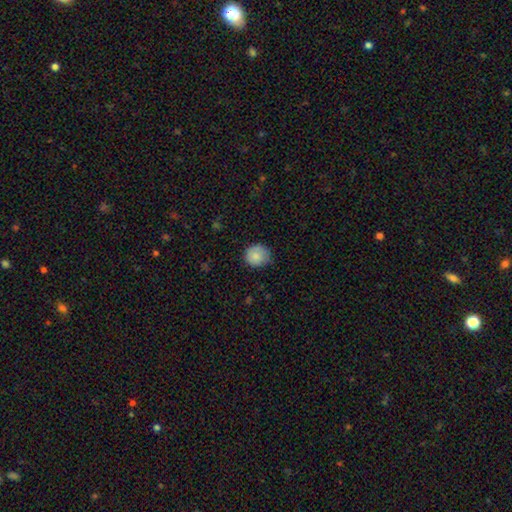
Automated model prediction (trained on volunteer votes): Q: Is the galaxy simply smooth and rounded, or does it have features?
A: smooth — 83%.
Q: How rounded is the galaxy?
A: round — 84%.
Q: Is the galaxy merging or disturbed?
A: none — 70%.